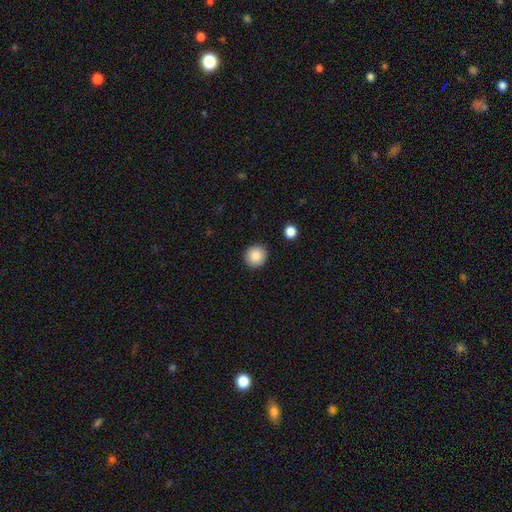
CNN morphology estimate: The model was most divided on "smooth or featured": smooth: 88%, star or artifact: 8%, featured or disk: 3%. More confident: how rounded — round (93%); merging — none (91%).